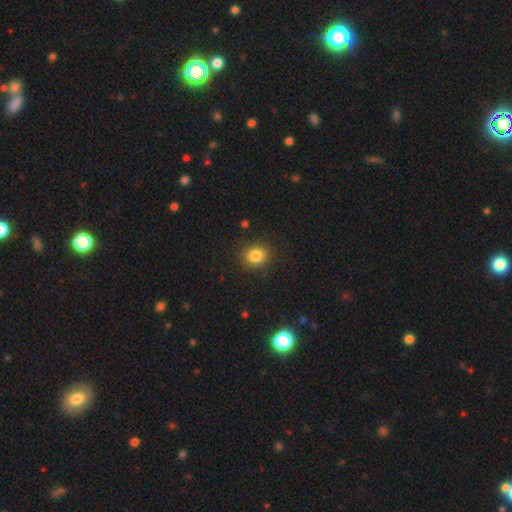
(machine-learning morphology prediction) Smooth or featured? smooth (84%)
How rounded? round (73%)
Merging? none (88%)